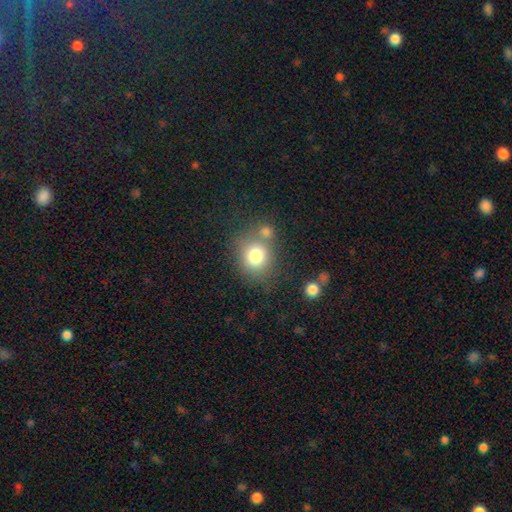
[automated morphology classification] The model was most divided on "merging": none: 61%, merger: 20%, minor disturbance: 13%, major disturbance: 6%. More confident: smooth or featured — smooth (78%); how rounded — round (77%).